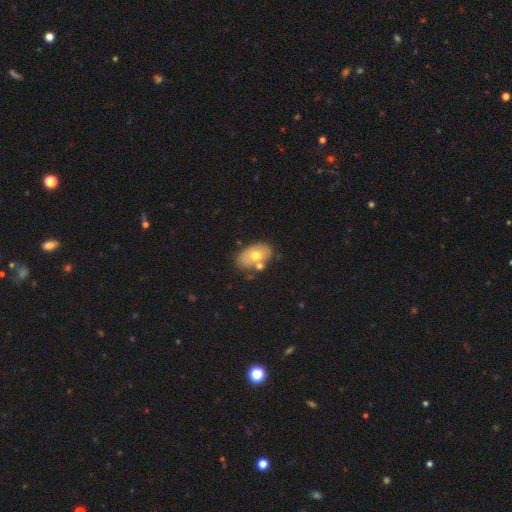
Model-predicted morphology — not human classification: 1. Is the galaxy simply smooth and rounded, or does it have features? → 63% smooth, 29% featured or disk, 8% star or artifact.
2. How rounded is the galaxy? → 86% in between, 13% round, 1% cigar-shaped.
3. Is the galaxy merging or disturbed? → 61% none, 18% merger, 17% minor disturbance, 5% major disturbance.